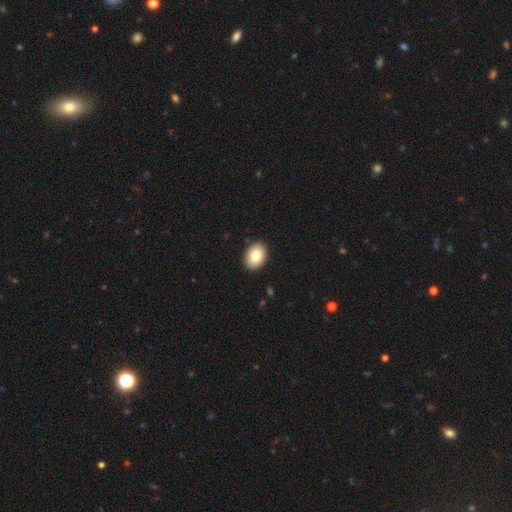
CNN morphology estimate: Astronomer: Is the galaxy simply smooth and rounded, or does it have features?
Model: smooth — 82%.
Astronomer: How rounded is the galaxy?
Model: in between — 75%.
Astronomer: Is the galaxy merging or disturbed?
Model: none — 91%.